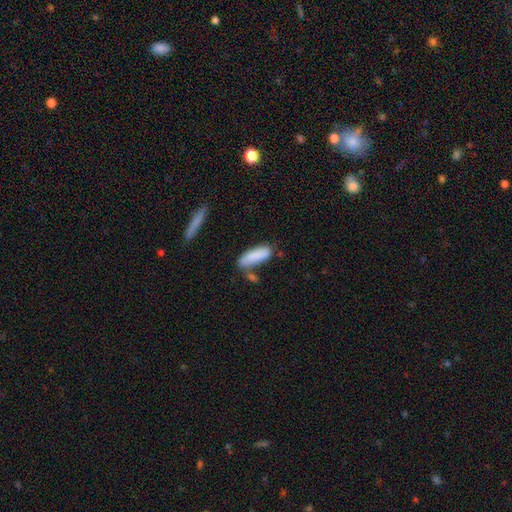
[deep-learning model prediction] A smooth galaxy with no disk features (85%) that is in between round and cigar-shaped (55%).

Vote fractions:
- Smooth or featured? smooth: 85% / featured or disk: 9% / star or artifact: 6%
- How rounded? in between: 55% / cigar-shaped: 43% / round: 2%
- Merging? none: 59% / minor disturbance: 22% / merger: 14% / major disturbance: 6%